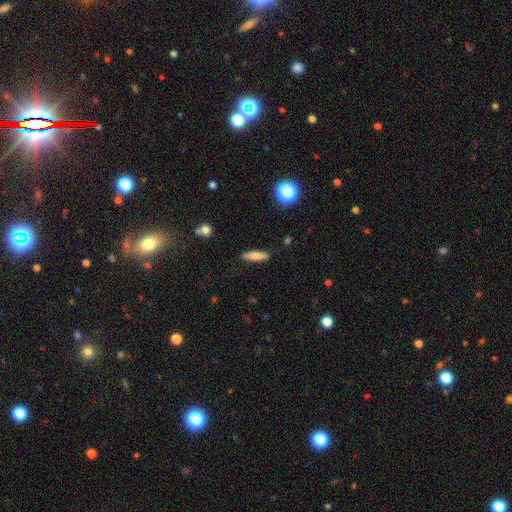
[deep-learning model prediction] Q: Smooth or featured?
A: smooth (72%); runner-up: featured or disk (20%)
Q: How rounded?
A: cigar-shaped (71%); runner-up: in between (26%)
Q: Merging?
A: none (87%); runner-up: minor disturbance (9%)